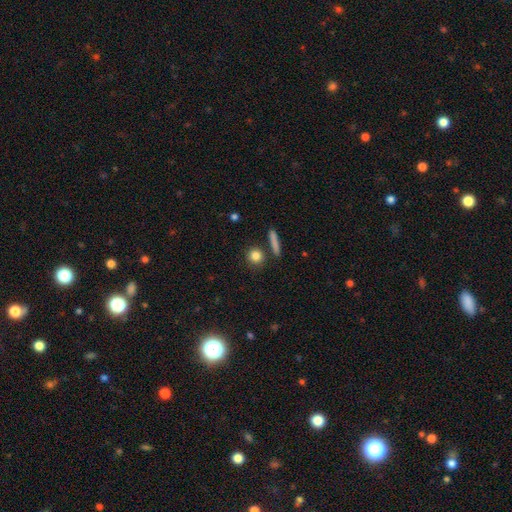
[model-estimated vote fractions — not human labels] This is clearly a smooth galaxy (83%). How rounded: clearly round (82%). Merging: clearly none (82%).